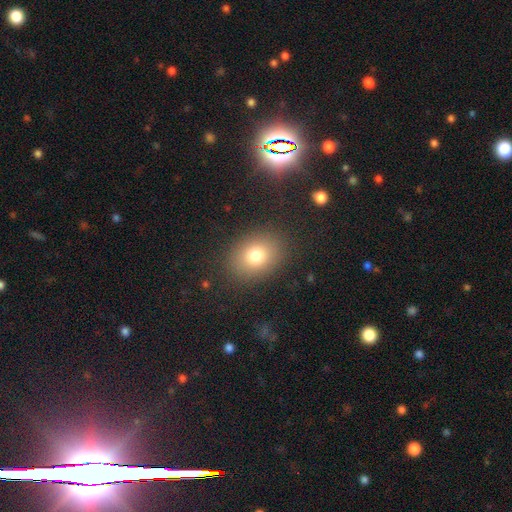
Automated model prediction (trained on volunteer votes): This appears to be a smooth galaxy with no disk features (77%) that is in between round and cigar-shaped (58%). Merging: none (86%).